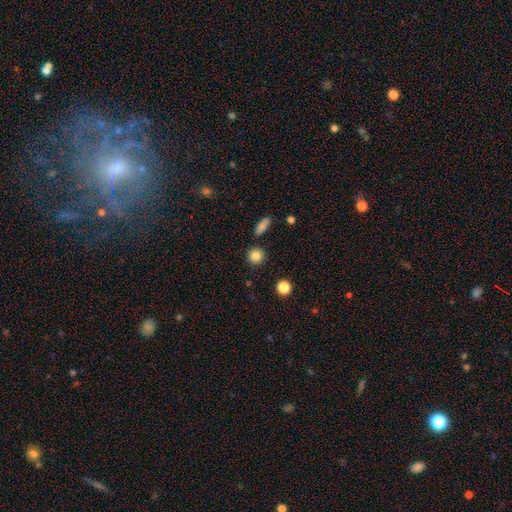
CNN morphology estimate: A smooth galaxy with no disk features (85%) that is round (91%). Merging: none (87%).